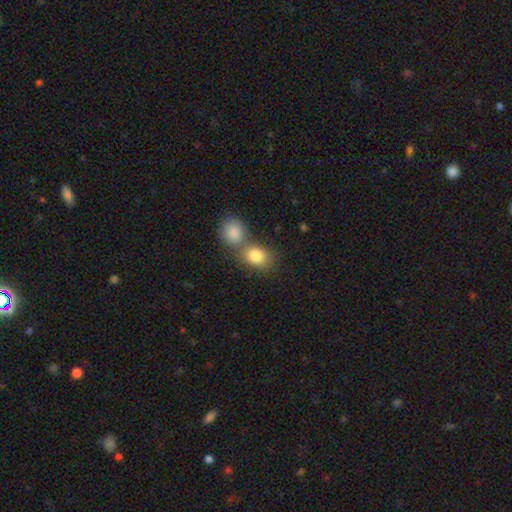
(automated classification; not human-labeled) This appears to be a smooth galaxy with no disk features (84%) that is in between round and cigar-shaped (56%). Merging: merger (50%).